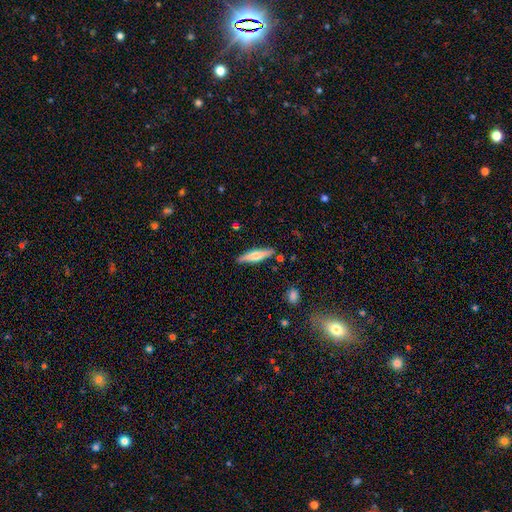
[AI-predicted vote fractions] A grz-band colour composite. It shows a smooth galaxy with no disk features (50%) that is cigar-shaped (81%). Merging: none (86%).